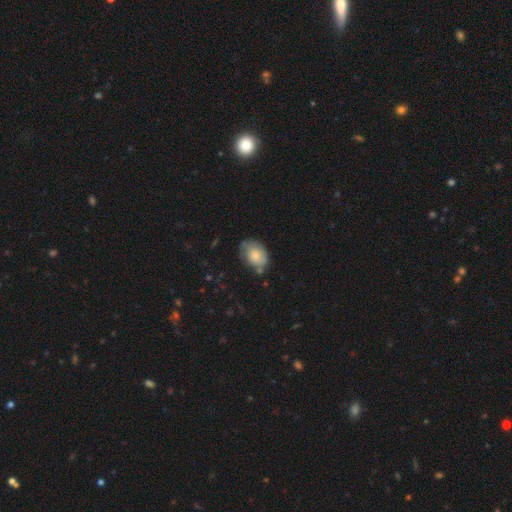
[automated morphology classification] The model was most divided on "merging": none: 53%, minor disturbance: 32%, major disturbance: 10%, merger: 5%. More confident: how rounded — in between (75%); smooth or featured — smooth (72%).